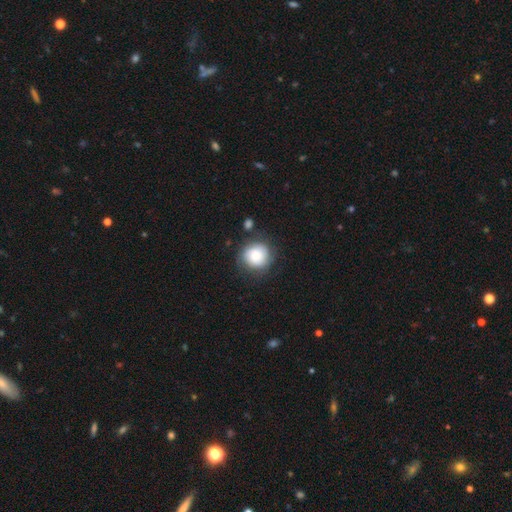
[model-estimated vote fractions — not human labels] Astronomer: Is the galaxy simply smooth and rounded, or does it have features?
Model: smooth — 69%.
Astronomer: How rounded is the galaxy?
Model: round — 89%.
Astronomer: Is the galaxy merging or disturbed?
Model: none — 73%.